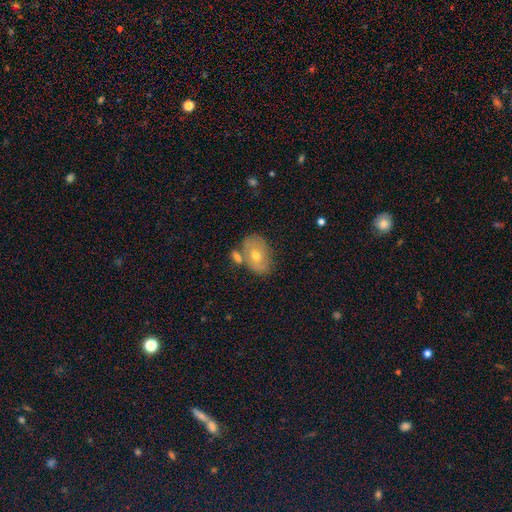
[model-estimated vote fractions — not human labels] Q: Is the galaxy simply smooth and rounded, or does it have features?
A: smooth — 54%.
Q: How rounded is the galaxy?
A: in between — 76%.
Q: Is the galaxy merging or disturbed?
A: none — 56%.